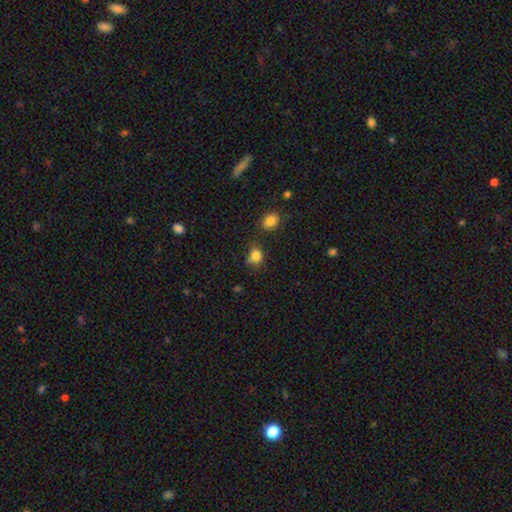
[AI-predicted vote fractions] Overall: smooth (81%). How rounded: round (51%; in between 47%). Merging: none (56%; minor disturbance 25%).